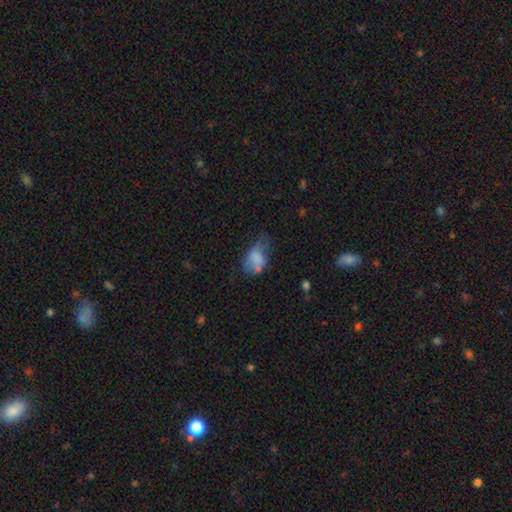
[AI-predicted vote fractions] Morphology: type=smooth (67%); roundness=in between (80%); merging=none (32%).